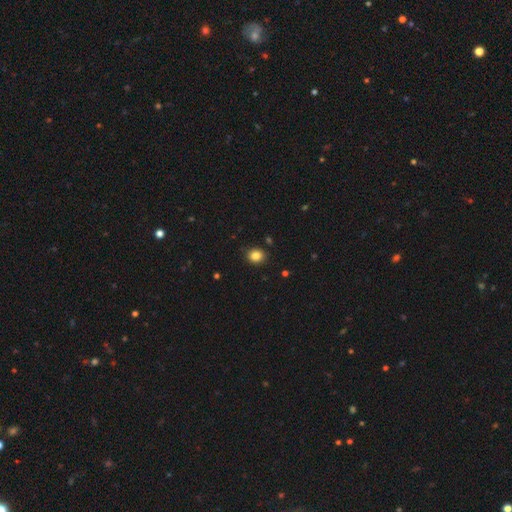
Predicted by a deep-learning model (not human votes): smooth_or_featured: smooth (p=0.84) [alt: star or artifact p=0.11]
how_rounded: round (p=0.61) [alt: in between p=0.38]
merging: none (p=0.88) [alt: minor disturbance p=0.08]